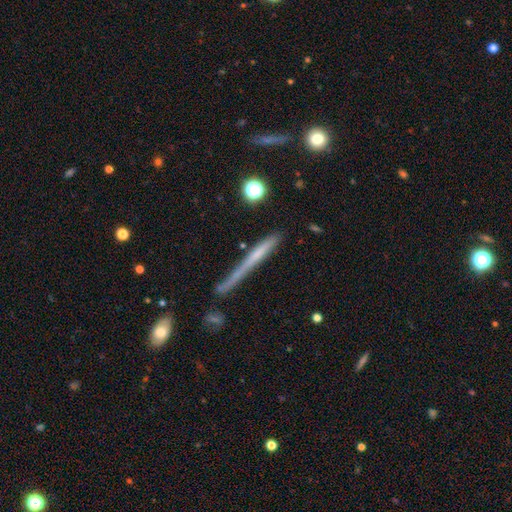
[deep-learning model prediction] Overall: featured or disk (46%; smooth 45%). Merging: none (64%).